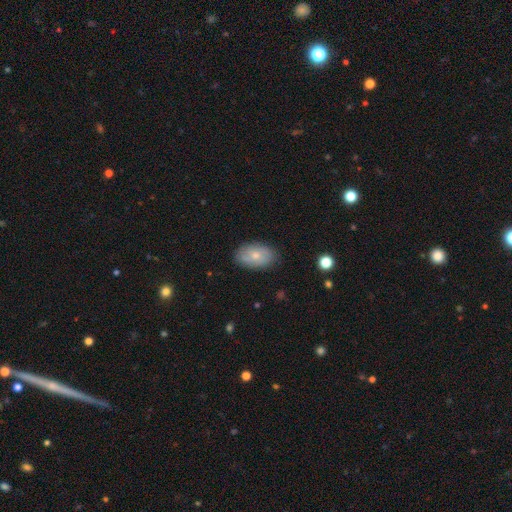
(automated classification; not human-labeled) Morphology: type=smooth (61%); roundness=in between (90%); merging=none (82%).